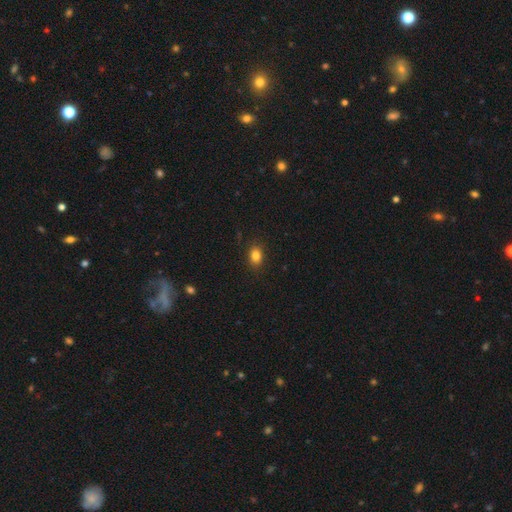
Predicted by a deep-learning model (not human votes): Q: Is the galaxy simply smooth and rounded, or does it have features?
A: smooth — 84%.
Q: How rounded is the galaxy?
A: in between — 66%.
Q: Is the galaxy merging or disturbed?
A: none — 87%.